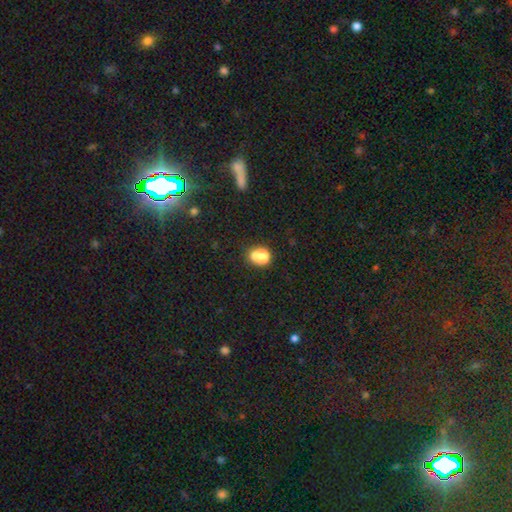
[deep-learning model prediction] Q: Smooth or featured?
A: smooth (77%); runner-up: star or artifact (14%)
Q: How rounded?
A: round (54%); runner-up: in between (45%)
Q: Merging?
A: none (48%); runner-up: minor disturbance (22%)